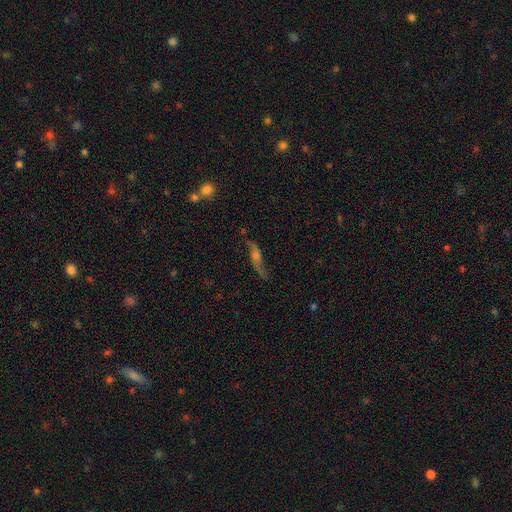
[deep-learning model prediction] featured or disk 70%, smooth 19%, star or artifact 11%. Down the decision tree: edge-on disk — no (56%); merging — none (70%).